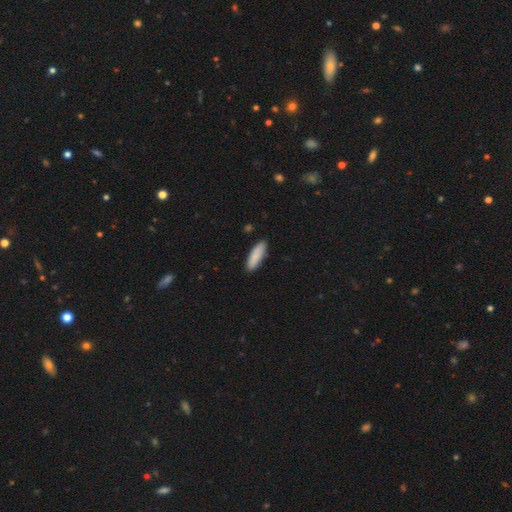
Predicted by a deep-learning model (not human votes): Smooth or featured: smooth — 88% (featured or disk — 6%)
How rounded: cigar-shaped — 55% (in between — 44%)
Merging: none — 87% (minor disturbance — 10%)